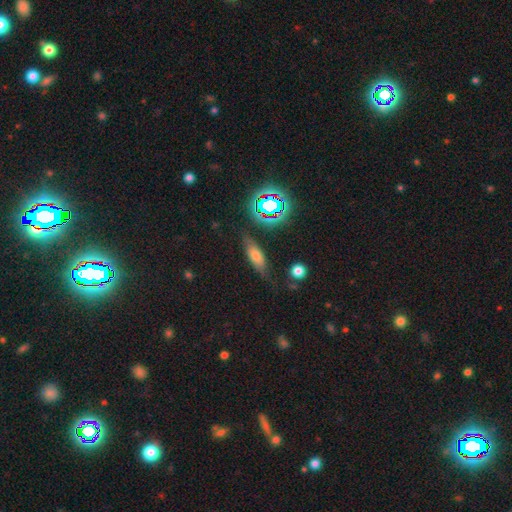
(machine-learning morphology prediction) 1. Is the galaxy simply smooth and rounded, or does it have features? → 51% smooth, 28% featured or disk, 20% star or artifact.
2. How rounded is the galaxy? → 53% in between, 40% cigar-shaped, 7% round.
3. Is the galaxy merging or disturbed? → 71% none, 20% minor disturbance, 6% major disturbance, 3% merger.